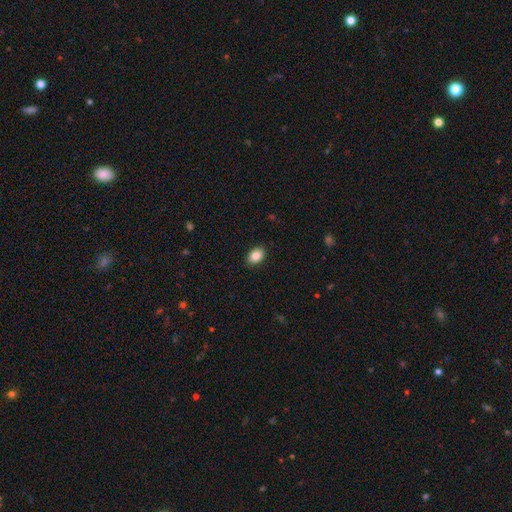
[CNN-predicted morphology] This is clearly a smooth galaxy (87%). How rounded: clearly in between (87%). Merging: clearly none (89%).